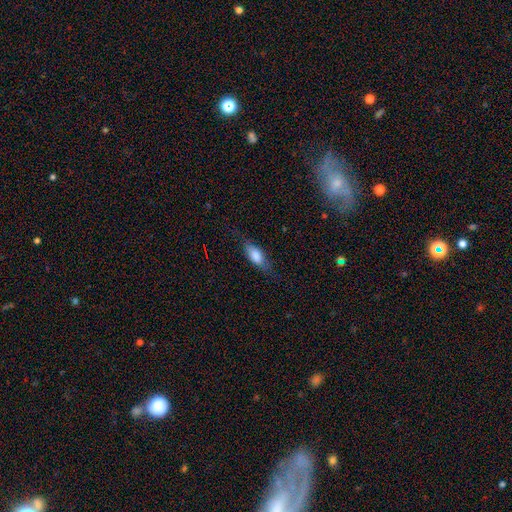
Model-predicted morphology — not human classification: smooth_or_featured: smooth (p=0.71) [alt: featured or disk p=0.22]
how_rounded: in between (p=0.71) [alt: cigar-shaped p=0.26]
merging: none (p=0.71) [alt: minor disturbance p=0.21]